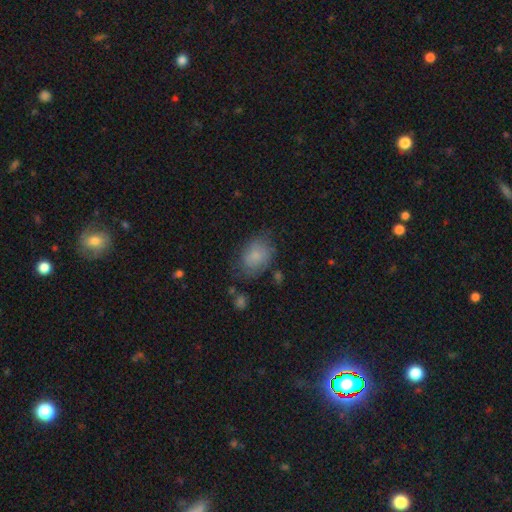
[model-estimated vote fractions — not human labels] This is likely a smooth galaxy (75%). How rounded: likely in between (75%). Merging: likely none (61%).